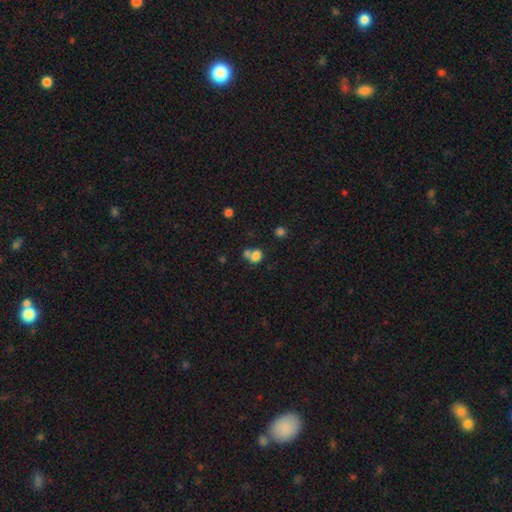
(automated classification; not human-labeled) This appears to be a smooth galaxy with no disk features (78%) that is round (56%). Merging: merger (44%).